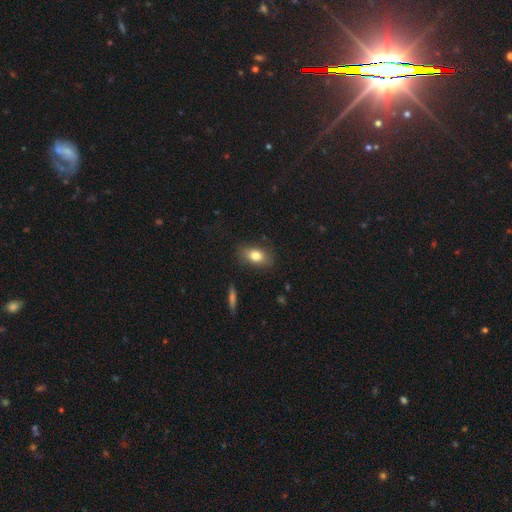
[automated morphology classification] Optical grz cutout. It shows a smooth galaxy with no disk features (79%) that is in between round and cigar-shaped (83%). Merging: none (83%).